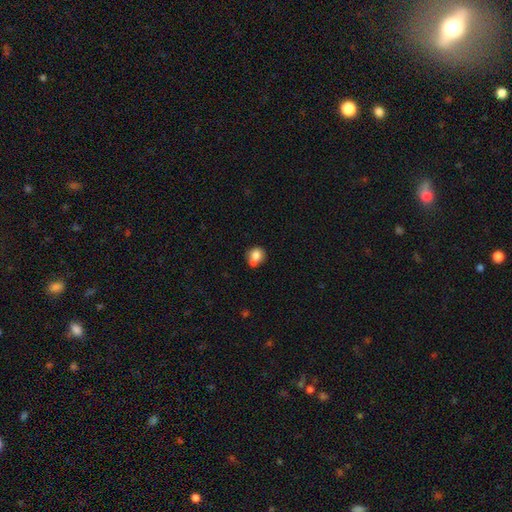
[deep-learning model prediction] Smooth or featured: smooth — 80% (featured or disk — 11%)
How rounded: round — 72% (in between — 27%)
Merging: none — 51% (minor disturbance — 26%)